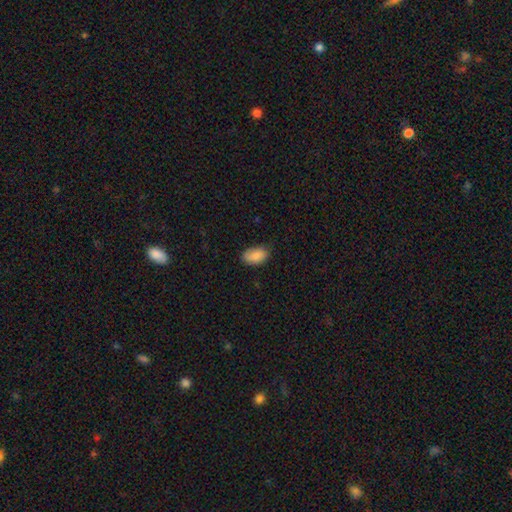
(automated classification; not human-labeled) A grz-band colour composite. It shows a smooth galaxy with no disk features (87%) that is in between round and cigar-shaped (92%). Merging: none (77%).